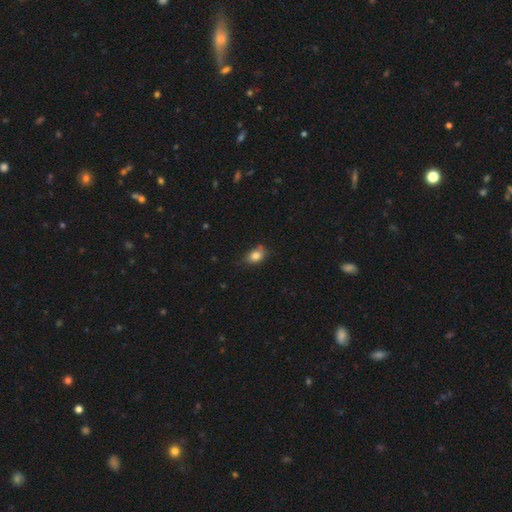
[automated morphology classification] A smooth galaxy with no disk features (82%) that is in between round and cigar-shaped (75%).

Vote fractions:
- Smooth or featured? smooth: 82% / star or artifact: 10% / featured or disk: 8%
- How rounded? in between: 75% / round: 23% / cigar-shaped: 2%
- Merging? none: 63% / minor disturbance: 26% / merger: 5% / major disturbance: 5%